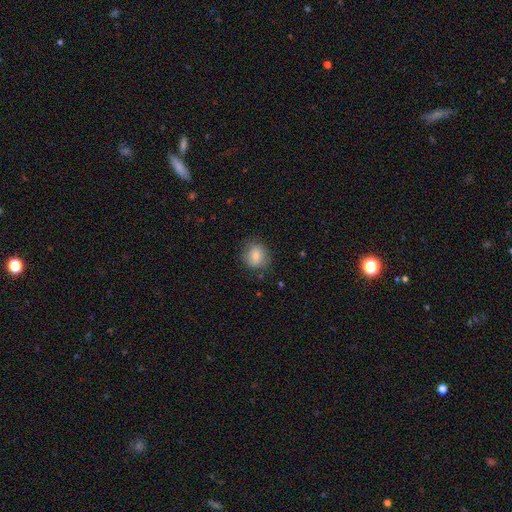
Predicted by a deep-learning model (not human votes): Smooth or featured? Predicted: smooth (p=0.78). How rounded? Predicted: round (p=0.81). Merging? Predicted: none (p=0.78).